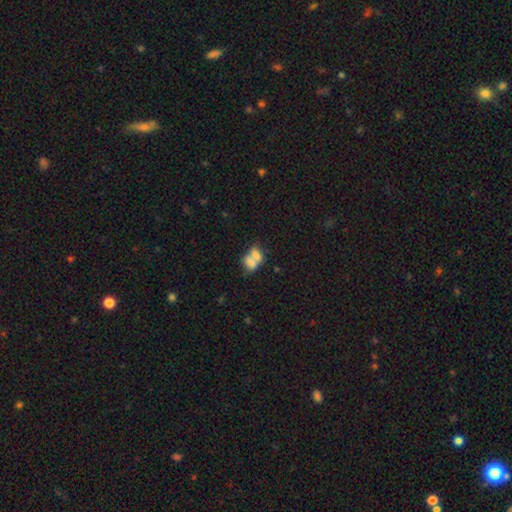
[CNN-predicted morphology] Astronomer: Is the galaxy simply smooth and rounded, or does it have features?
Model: smooth — 68%.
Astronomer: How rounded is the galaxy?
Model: in between — 76%.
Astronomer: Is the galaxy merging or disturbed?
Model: merger — 72%.